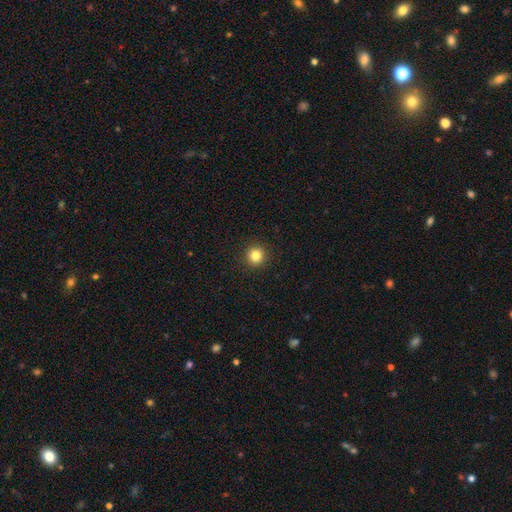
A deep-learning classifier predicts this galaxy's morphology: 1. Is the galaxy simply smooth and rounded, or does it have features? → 83% smooth, 12% star or artifact, 5% featured or disk.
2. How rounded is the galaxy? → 95% round, 4% in between, 1% cigar-shaped.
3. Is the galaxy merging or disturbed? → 93% none, 4% minor disturbance, 2% major disturbance, 1% merger.